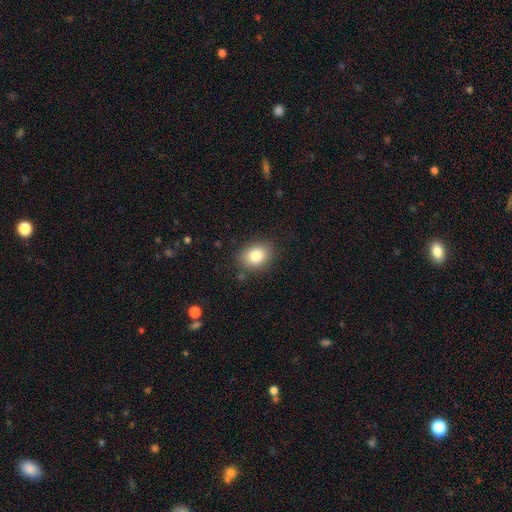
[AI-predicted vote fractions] smooth-or-featured: smooth: 83% | star or artifact: 9% | featured or disk: 8%
  how-rounded: in between: 61% | round: 38% | cigar-shaped: 1%
  merging: none: 84% | minor disturbance: 11% | major disturbance: 3% | merger: 2%